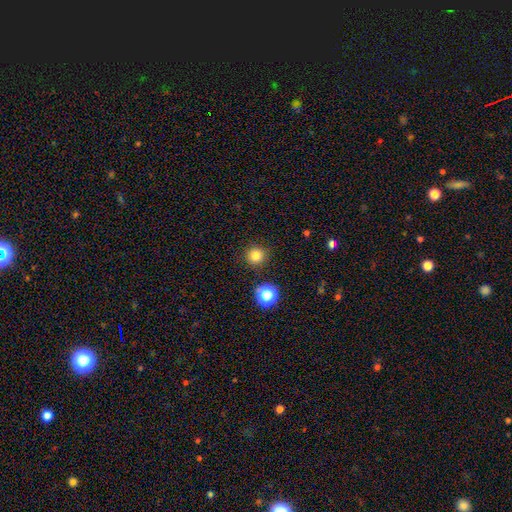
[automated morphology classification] The model was most divided on "smooth or featured": smooth: 80%, star or artifact: 15%, featured or disk: 5%. More confident: how rounded — round (94%); merging — none (90%).